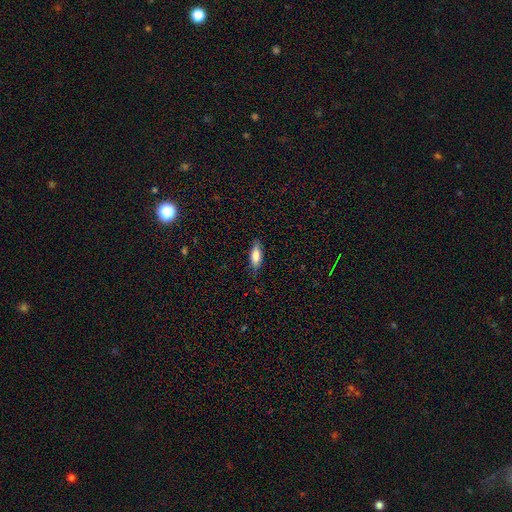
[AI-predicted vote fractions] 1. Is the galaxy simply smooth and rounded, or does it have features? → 76% smooth, 17% featured or disk, 7% star or artifact.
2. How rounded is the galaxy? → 65% in between, 33% cigar-shaped, 2% round.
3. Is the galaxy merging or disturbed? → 80% none, 16% minor disturbance, 3% major disturbance, 1% merger.